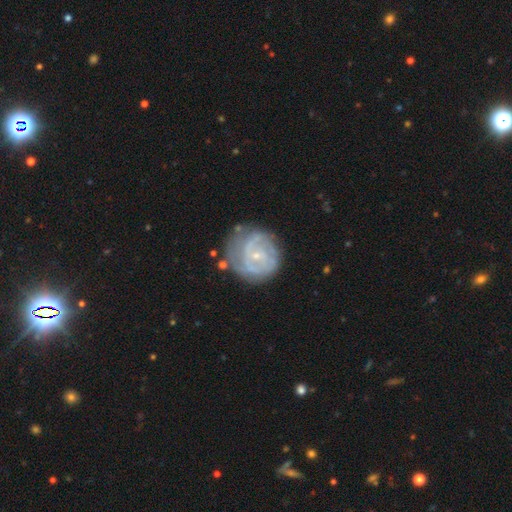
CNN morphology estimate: A featured or disk galaxy (77%) with no bar (60%), tight (57%) spiral arms (85%) and a small central bulge (79%).

Vote fractions:
- Smooth or featured? featured or disk: 77% / smooth: 17% / star or artifact: 6%
- Edge-on disk? no: 98% / yes: 2%
- Bar? no: 60% / weak: 34% / strong: 7%
- Spiral arms? yes: 85% / no: 15%
- Spiral winding? tight: 57% / medium: 32% / loose: 11%
- Spiral arm count? can't tell: 38% / 2: 33% / 3: 14% / 1: 6% / 4: 5% / more than 4: 4%
- Bulge size? small: 79% / moderate: 15% / none: 3% / large: 1% / dominant: 1%
- Merging? none: 63% / minor disturbance: 22% / major disturbance: 11% / merger: 4%